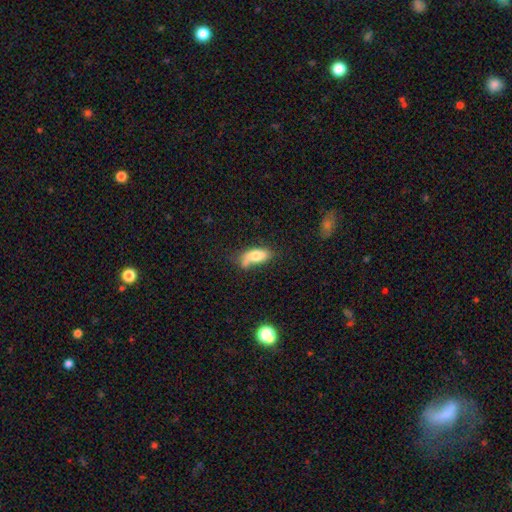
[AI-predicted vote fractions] Q: Smooth or featured?
A: smooth (75%); runner-up: featured or disk (17%)
Q: How rounded?
A: in between (80%); runner-up: cigar-shaped (17%)
Q: Merging?
A: none (43%); runner-up: minor disturbance (24%)